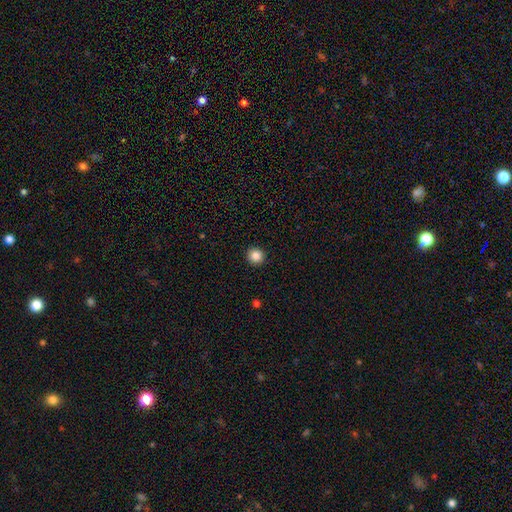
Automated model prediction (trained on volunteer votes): A smooth galaxy with no disk features (86%) that is round (93%). Merging: none (93%).